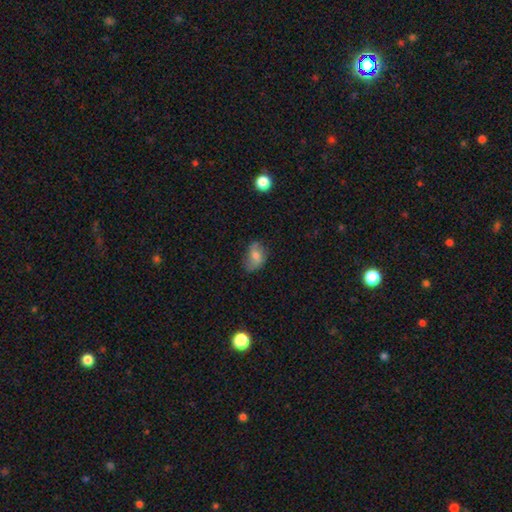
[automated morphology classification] A smooth galaxy with no disk features (58%) that is in between round and cigar-shaped (80%).

Vote fractions:
- Smooth or featured? smooth: 58% / featured or disk: 32% / star or artifact: 10%
- How rounded? in between: 80% / round: 18% / cigar-shaped: 2%
- Merging? none: 56% / minor disturbance: 31% / major disturbance: 11% / merger: 2%